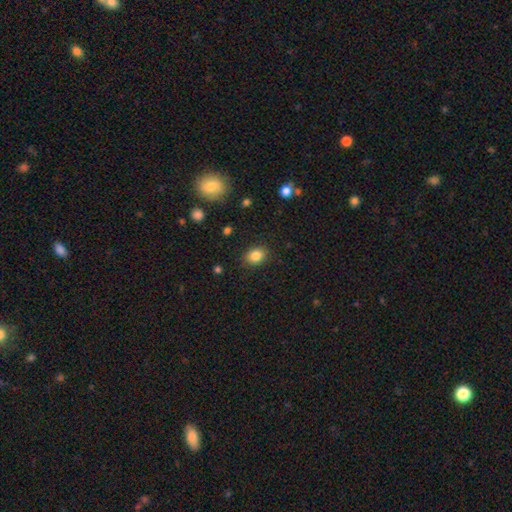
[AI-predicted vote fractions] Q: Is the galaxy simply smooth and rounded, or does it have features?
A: smooth — 85%.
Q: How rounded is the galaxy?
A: in between — 53%.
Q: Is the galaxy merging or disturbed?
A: none — 86%.